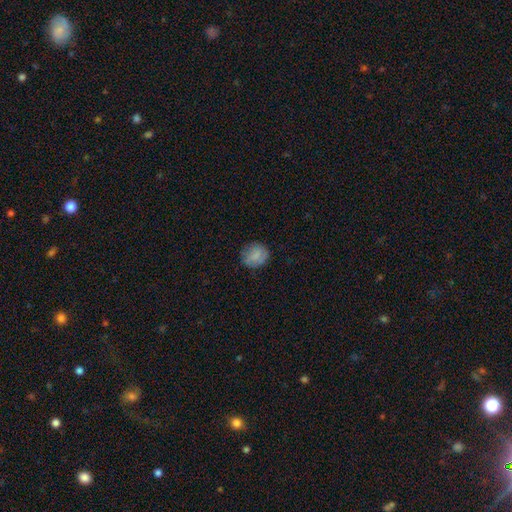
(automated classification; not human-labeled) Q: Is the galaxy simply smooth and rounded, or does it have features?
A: smooth — 78%.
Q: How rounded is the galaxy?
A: round — 79%.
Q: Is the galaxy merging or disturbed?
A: none — 77%.